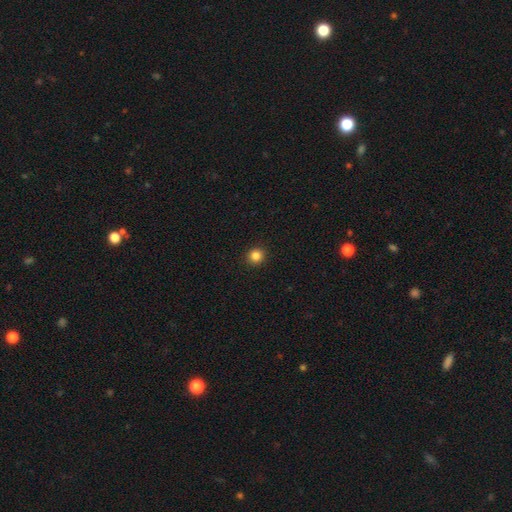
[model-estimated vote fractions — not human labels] This appears to be a smooth galaxy with no disk features (84%) that is round (92%). Merging: none (93%).